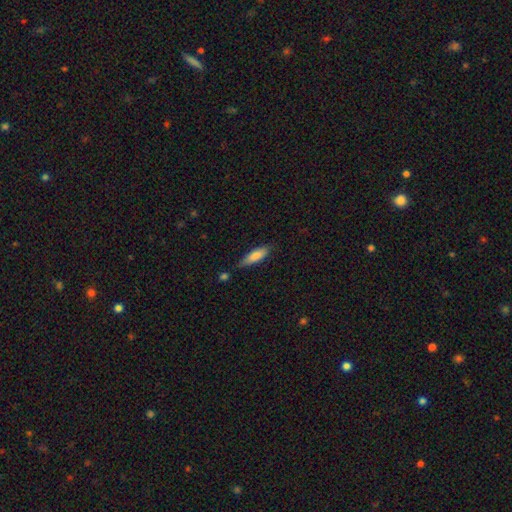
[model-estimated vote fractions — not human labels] Morphology: type=smooth (81%); roundness=cigar-shaped (54%); merging=none (69%).